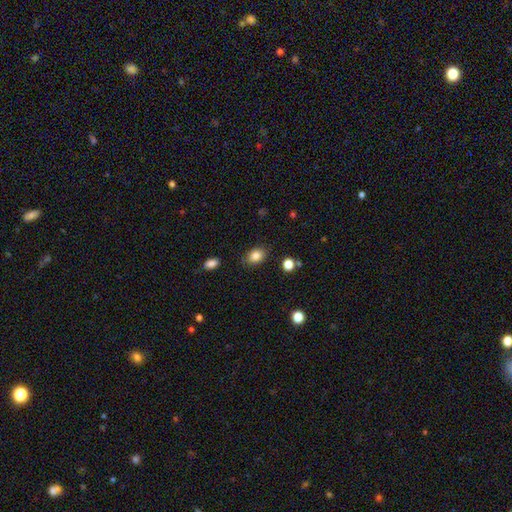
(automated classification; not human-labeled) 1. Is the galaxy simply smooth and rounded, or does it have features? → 84% smooth, 9% star or artifact, 6% featured or disk.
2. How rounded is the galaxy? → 67% in between, 32% round, 1% cigar-shaped.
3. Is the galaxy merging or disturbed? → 81% none, 13% minor disturbance, 3% major disturbance, 2% merger.